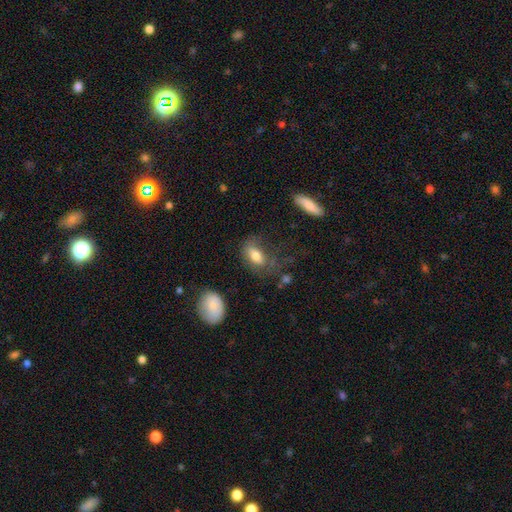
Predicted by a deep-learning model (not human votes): Smooth or featured? smooth (73%)
How rounded? in between (86%)
Merging? none (49%)